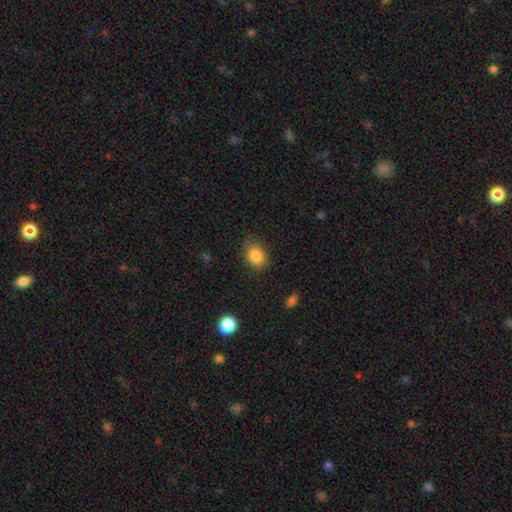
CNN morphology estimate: Smooth or featured? Predicted: smooth (p=0.85). How rounded? Predicted: in between (p=0.53). Merging? Predicted: none (p=0.78).